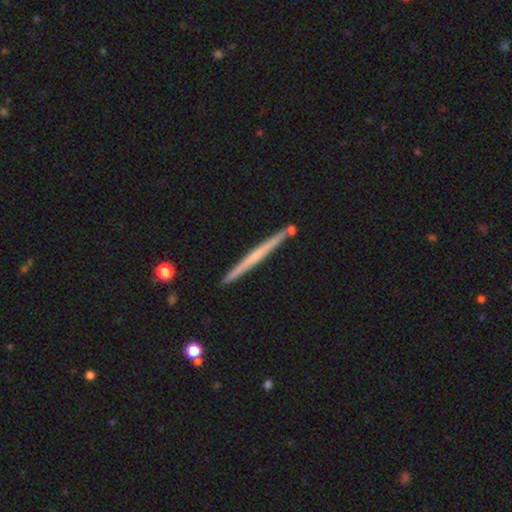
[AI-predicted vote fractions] Smooth or featured? featured or disk (55%)
Edge-on disk? yes (98%)
Edge-on bulge? none (81%)
Merging? none (89%)